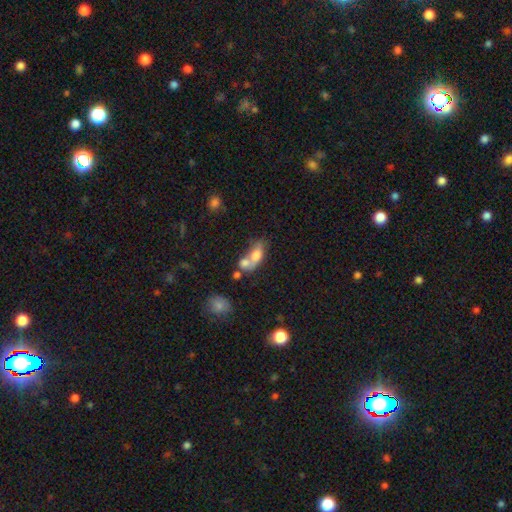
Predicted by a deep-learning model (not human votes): Overall: smooth (68%). How rounded: in between (76%). Merging: merger (61%; none 21%).